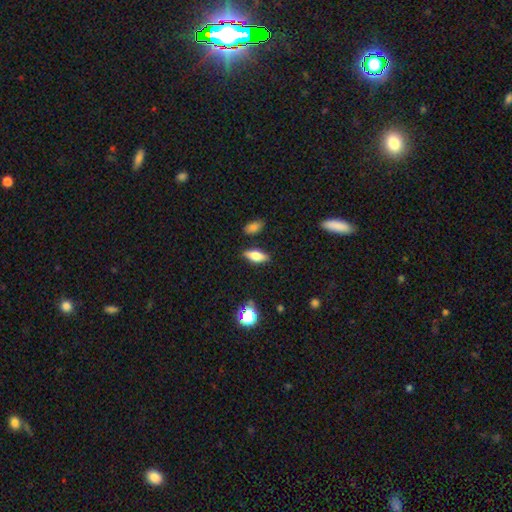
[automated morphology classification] Overall: smooth (65%; featured or disk 26%). How rounded: in between (74%). Merging: none (85%).